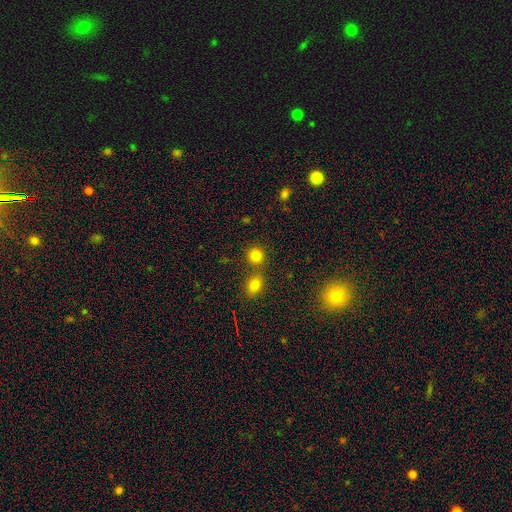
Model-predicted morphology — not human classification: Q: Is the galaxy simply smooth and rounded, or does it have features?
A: smooth — 81%.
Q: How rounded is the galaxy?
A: round — 87%.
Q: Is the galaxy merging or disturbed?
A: none — 69%.